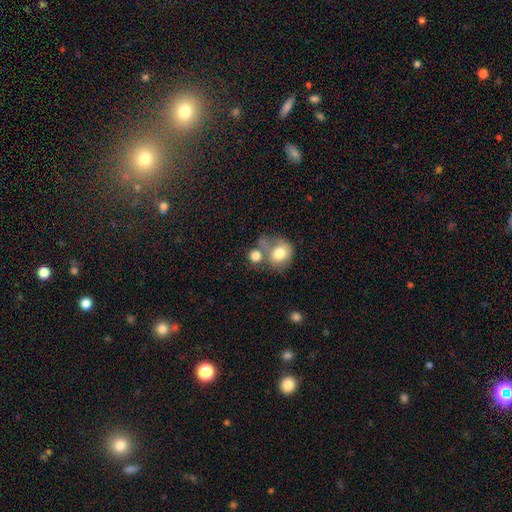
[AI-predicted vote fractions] A smooth galaxy with no disk features (77%) that is round (75%). Merging: merger (42%).